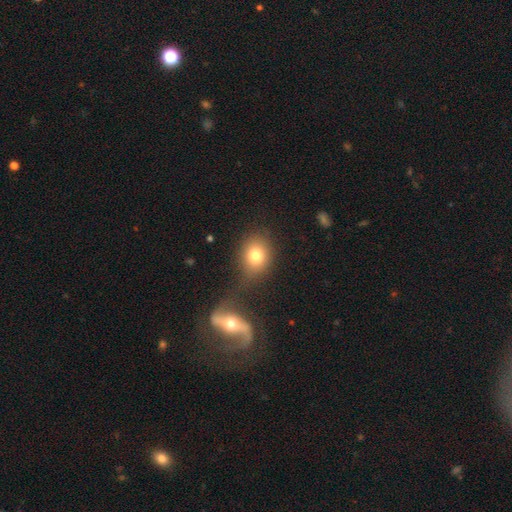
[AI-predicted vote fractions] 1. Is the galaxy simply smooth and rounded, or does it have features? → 78% smooth, 11% featured or disk, 11% star or artifact.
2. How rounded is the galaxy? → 54% round, 45% in between, 1% cigar-shaped.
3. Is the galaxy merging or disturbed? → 63% none, 18% merger, 13% minor disturbance, 6% major disturbance.